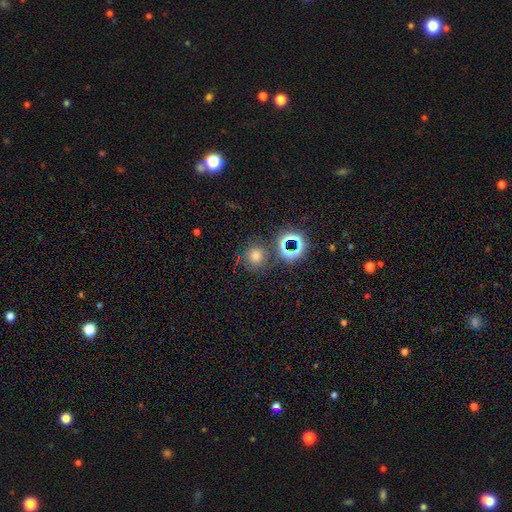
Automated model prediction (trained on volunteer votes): The model was most divided on "smooth or featured": smooth: 60%, star or artifact: 28%, featured or disk: 12%. More confident: how rounded — round (90%); merging — none (72%).